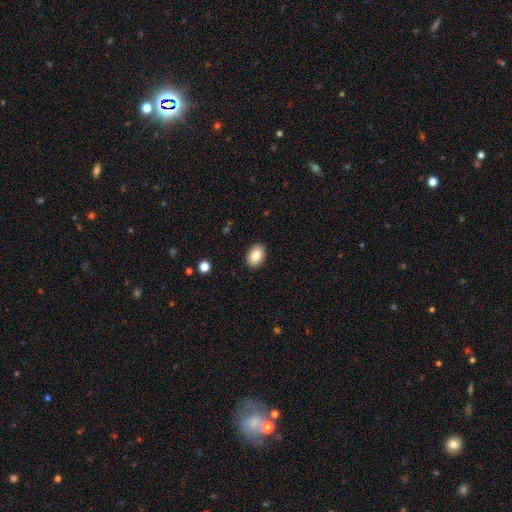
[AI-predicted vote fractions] smooth 84%, featured or disk 8%, star or artifact 8%. Down the decision tree: how rounded — in between (82%); merging — none (90%).